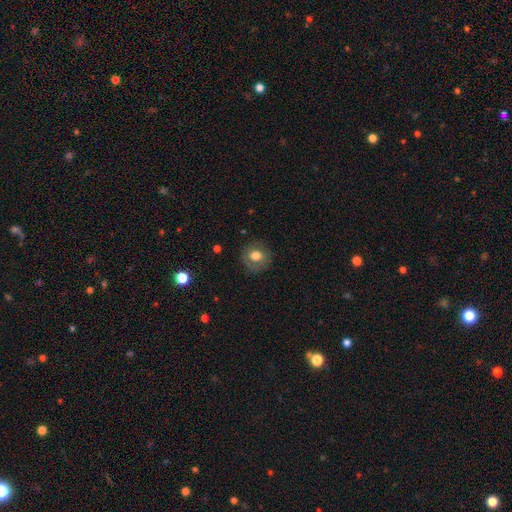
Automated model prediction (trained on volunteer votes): The model was most divided on "smooth or featured": smooth: 68%, featured or disk: 23%, star or artifact: 9%. More confident: merging — none (83%); how rounded — round (83%).